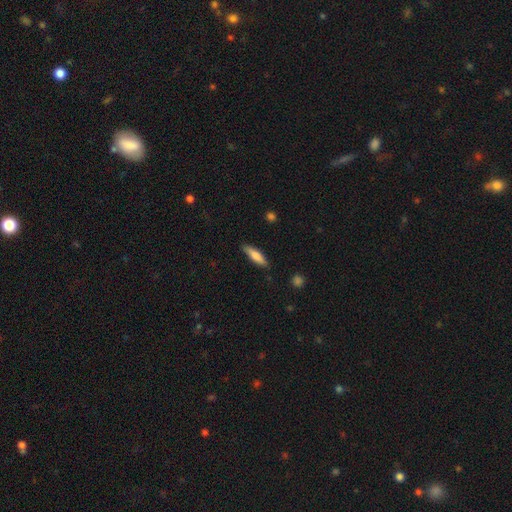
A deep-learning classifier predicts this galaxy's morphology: This is likely a smooth galaxy (74%). How rounded: likely cigar-shaped (68%). Merging: clearly none (85%).